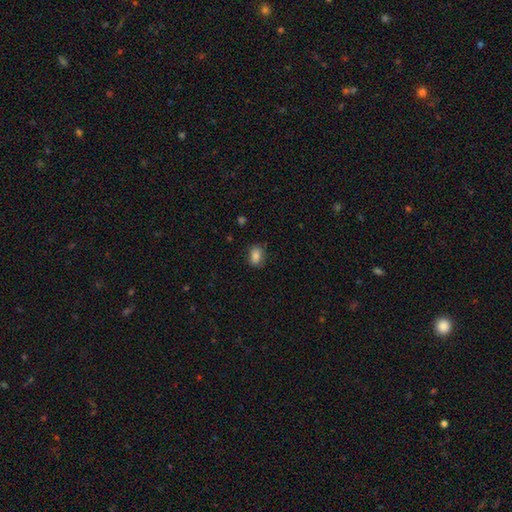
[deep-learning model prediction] A smooth galaxy with no disk features (83%) that is in between round and cigar-shaped (75%). Merging: none (80%).